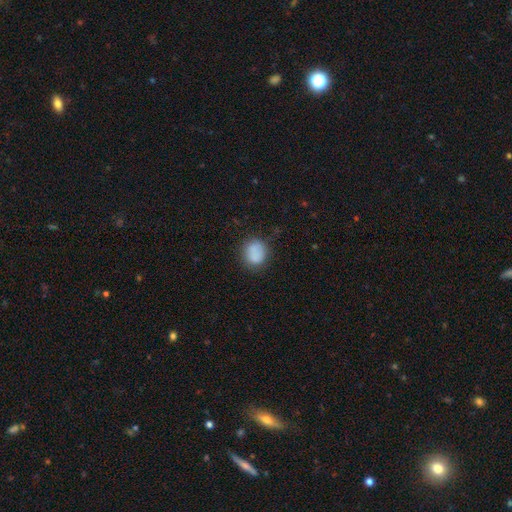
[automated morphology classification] Smooth or featured? Predicted: smooth (p=0.83). How rounded? Predicted: round (p=0.70). Merging? Predicted: none (p=0.71).